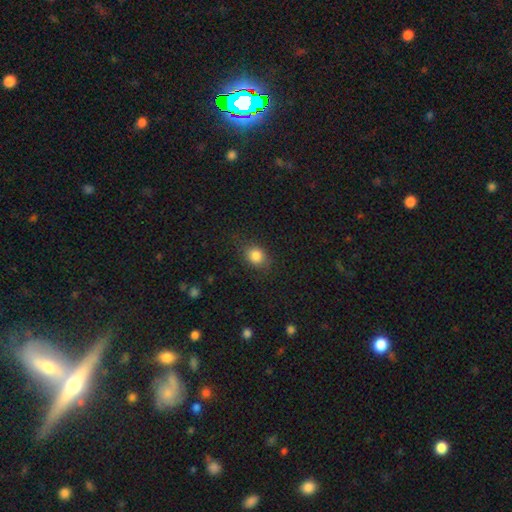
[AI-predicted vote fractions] smooth 82%, star or artifact 11%, featured or disk 7%. Down the decision tree: how rounded — round (54%); merging — none (76%).